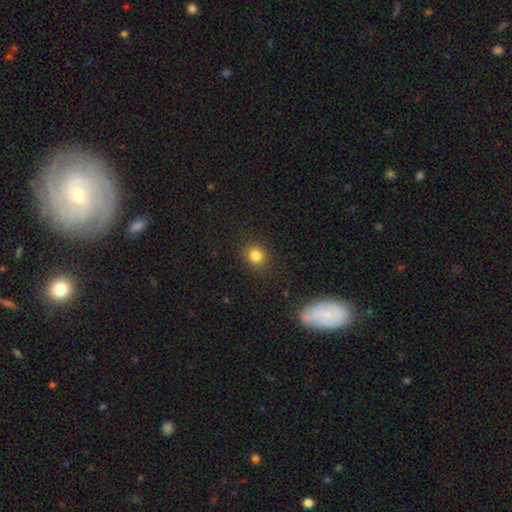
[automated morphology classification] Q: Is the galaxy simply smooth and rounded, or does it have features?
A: smooth — 81%.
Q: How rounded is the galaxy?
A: round — 78%.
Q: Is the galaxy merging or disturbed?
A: none — 88%.